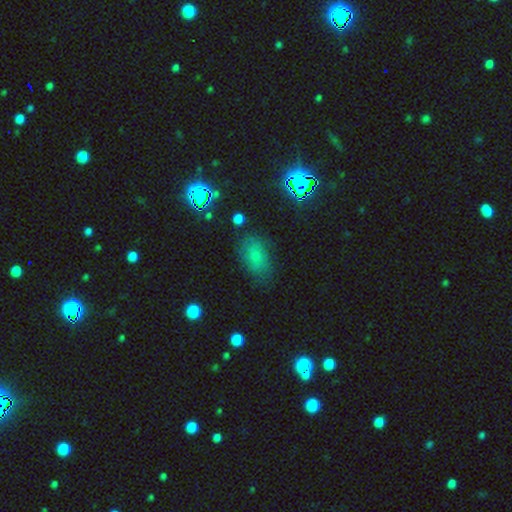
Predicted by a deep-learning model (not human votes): smooth_or_featured: smooth (p=0.66) [alt: star or artifact p=0.20]
how_rounded: in between (p=0.85) [alt: round p=0.13]
merging: none (p=0.70) [alt: minor disturbance p=0.20]